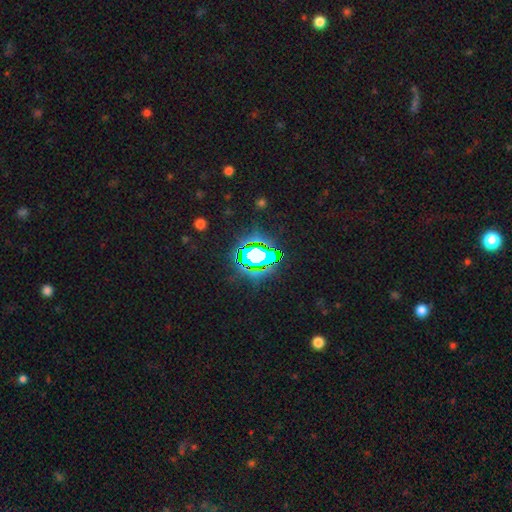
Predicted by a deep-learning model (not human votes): Smooth or featured? Predicted: star or artifact (p=0.66).